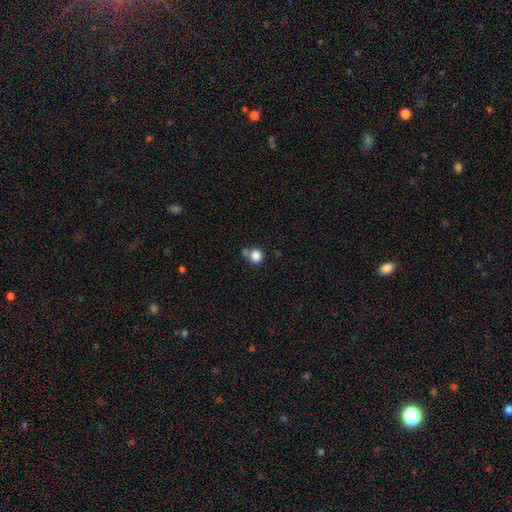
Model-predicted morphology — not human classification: smooth_or_featured: smooth (p=0.84) [alt: star or artifact p=0.10]
how_rounded: round (p=0.82) [alt: in between p=0.17]
merging: none (p=0.54) [alt: merger p=0.24]